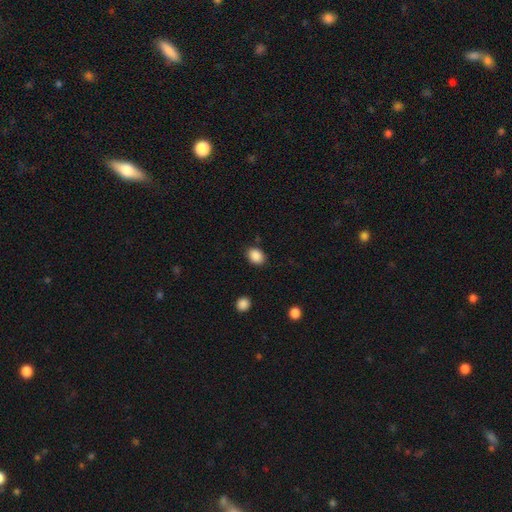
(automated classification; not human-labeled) smooth 89%, star or artifact 8%, featured or disk 3%. Down the decision tree: how rounded — in between (60%); merging — none (85%).